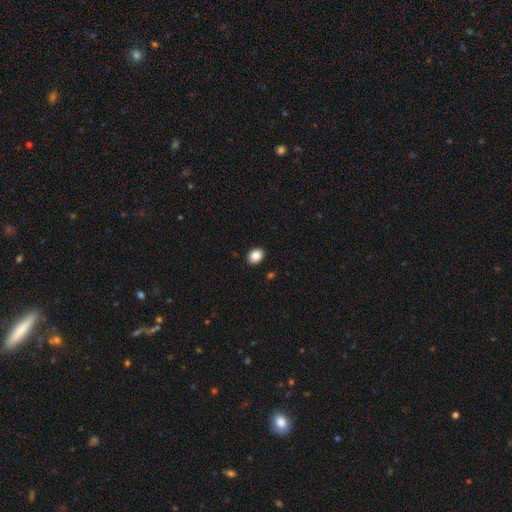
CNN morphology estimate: This is clearly a smooth galaxy (88%). How rounded: likely in between (61%). Merging: clearly none (90%).